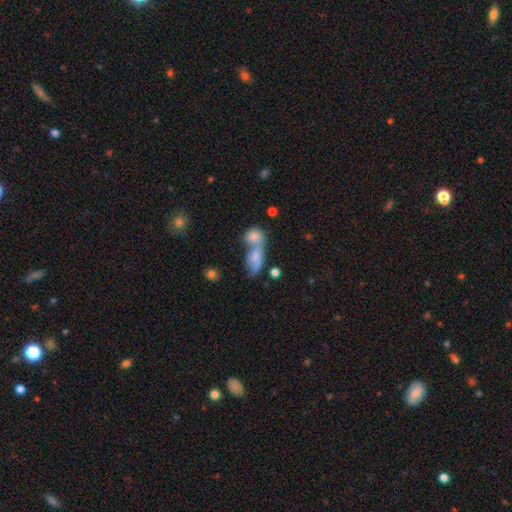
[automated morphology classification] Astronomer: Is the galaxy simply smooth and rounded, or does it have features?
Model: smooth — 65%.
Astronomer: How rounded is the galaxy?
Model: in between — 70%.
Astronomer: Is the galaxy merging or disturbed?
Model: merger — 62%.